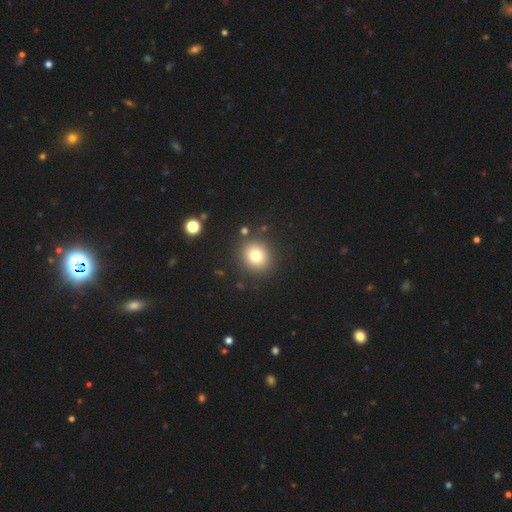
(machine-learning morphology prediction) This appears to be a smooth galaxy with no disk features (76%) that is round (84%). Merging: none (88%).